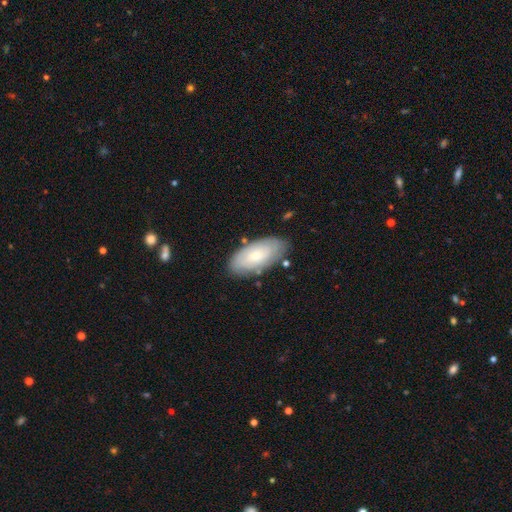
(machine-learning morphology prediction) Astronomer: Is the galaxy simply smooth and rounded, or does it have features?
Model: smooth — 59% (runner-up: featured or disk, 35%).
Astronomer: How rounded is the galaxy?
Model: in between — 92%.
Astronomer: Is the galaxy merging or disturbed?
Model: none — 78%.